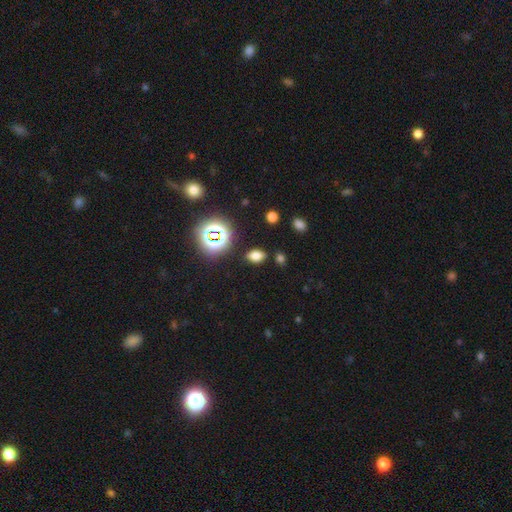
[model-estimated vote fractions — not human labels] Overall: smooth (70%). How rounded: in between (84%). Merging: none (83%).